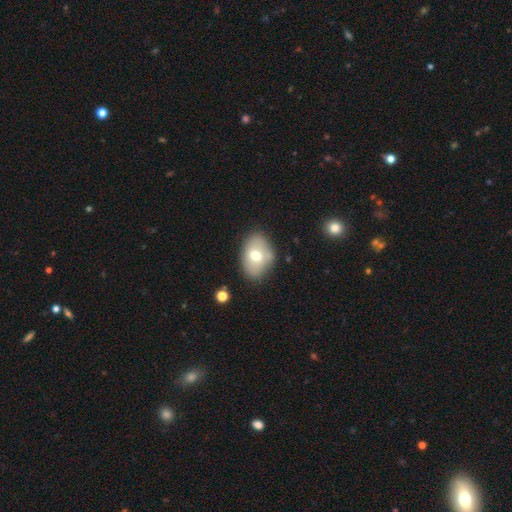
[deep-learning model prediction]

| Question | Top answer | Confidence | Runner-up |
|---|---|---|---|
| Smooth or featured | smooth | 65% | featured or disk (26%) |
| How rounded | in between | 81% | round (18%) |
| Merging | none | 74% | minor disturbance (18%) |